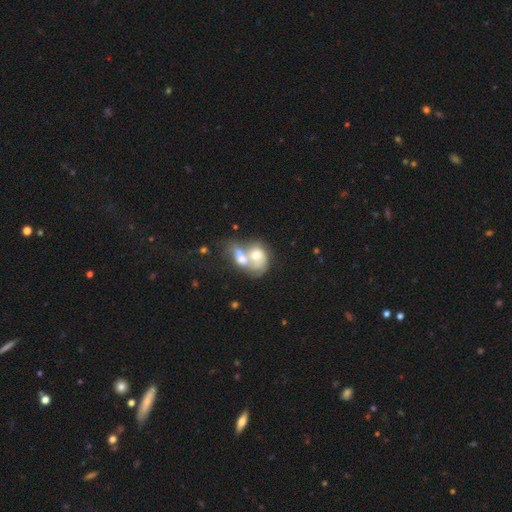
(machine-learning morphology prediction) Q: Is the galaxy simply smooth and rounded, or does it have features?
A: smooth — 49%.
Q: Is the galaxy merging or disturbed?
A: merger — 79%.